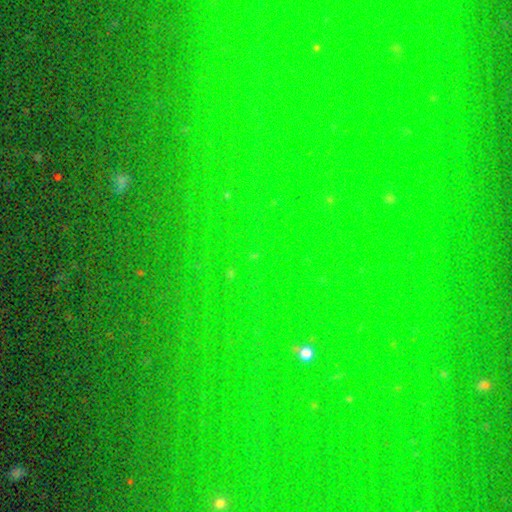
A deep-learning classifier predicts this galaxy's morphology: Smooth or featured? star or artifact (80%)